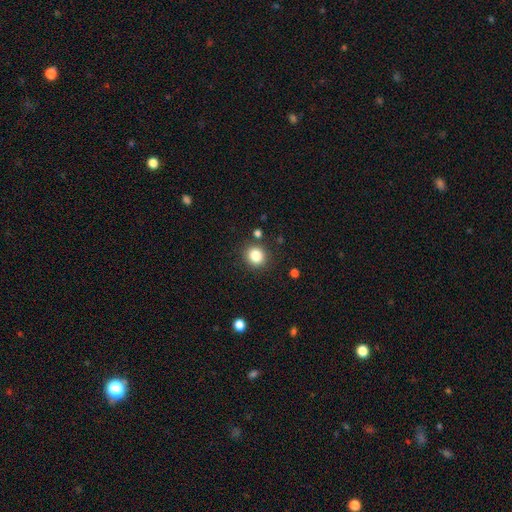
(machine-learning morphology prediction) smooth 83%, star or artifact 11%, featured or disk 6%. Down the decision tree: how rounded — round (86%); merging — none (87%).